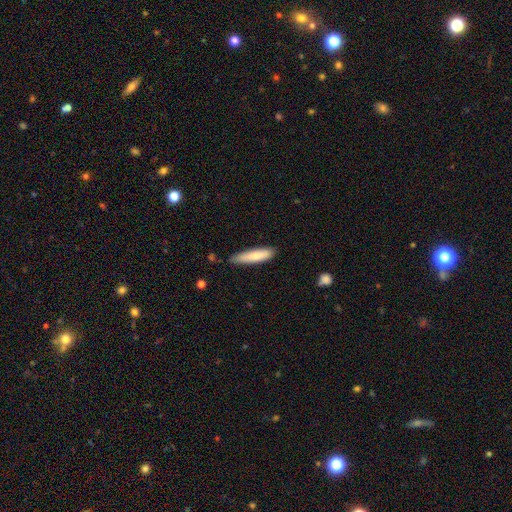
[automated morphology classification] The model was most divided on "merging": none: 76%, minor disturbance: 20%, major disturbance: 3%, merger: 2%. More confident: smooth or featured — smooth (79%); how rounded — cigar-shaped (78%).